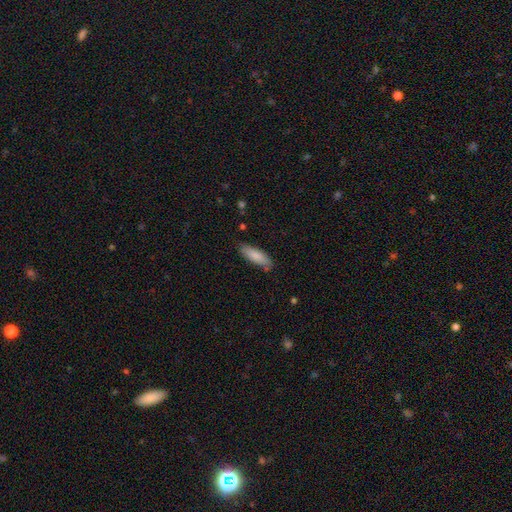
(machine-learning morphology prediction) Overall: smooth (85%). How rounded: in between (54%; cigar-shaped 45%). Merging: none (80%).